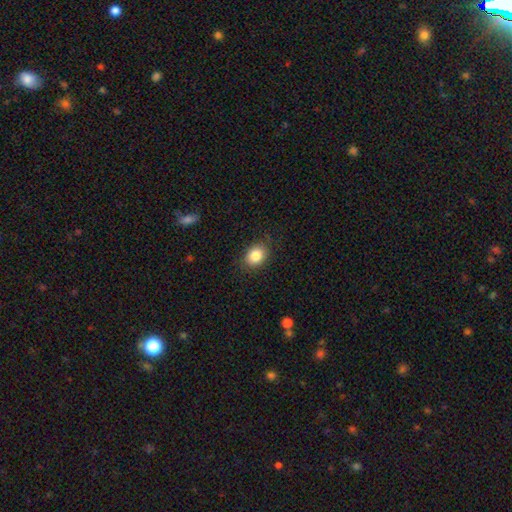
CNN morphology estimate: smooth_or_featured: smooth (p=0.85) [alt: star or artifact p=0.09]
how_rounded: in between (p=0.55) [alt: round p=0.44]
merging: none (p=0.85) [alt: minor disturbance p=0.11]